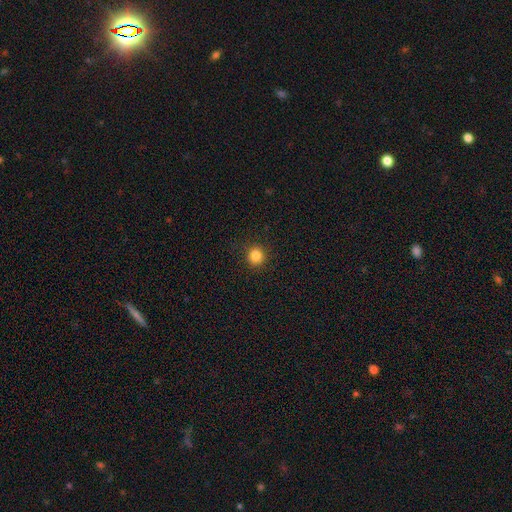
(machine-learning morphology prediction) A smooth galaxy with no disk features (84%) that is round (93%). Merging: none (92%).